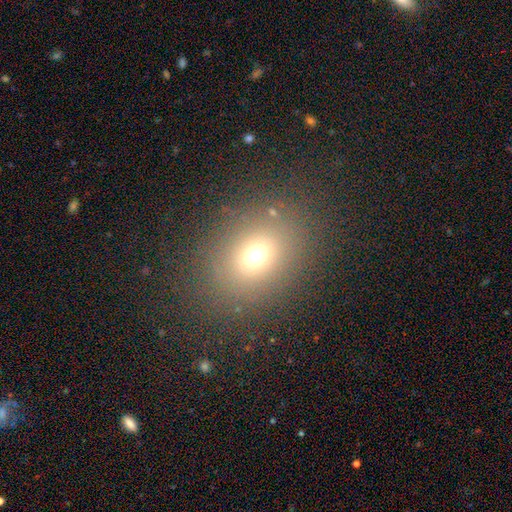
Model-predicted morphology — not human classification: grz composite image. It shows a smooth galaxy with no disk features (68%) that is round (51%). Merging: none (83%).